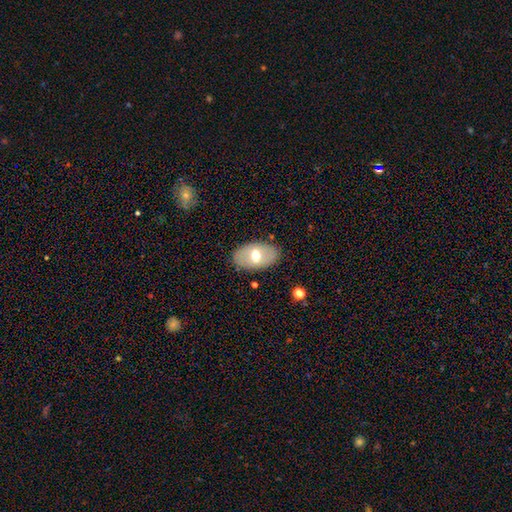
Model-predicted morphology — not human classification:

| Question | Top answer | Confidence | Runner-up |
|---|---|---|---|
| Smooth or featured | smooth | 57% | featured or disk (36%) |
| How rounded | in between | 91% | round (8%) |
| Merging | none | 84% | minor disturbance (11%) |